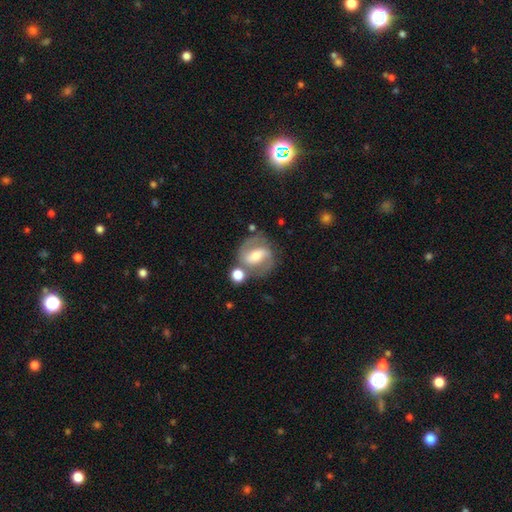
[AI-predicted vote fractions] Smooth or featured? Predicted: featured or disk (p=0.75). Edge-on disk? Predicted: no (p=0.96). Bar? Predicted: strong (p=0.46). Spiral arms? Predicted: yes (p=0.89). Spiral winding? Predicted: medium (p=0.54). Spiral arm count? Predicted: 2 (p=0.89). Bulge size? Predicted: moderate (p=0.56). Merging? Predicted: none (p=0.68).